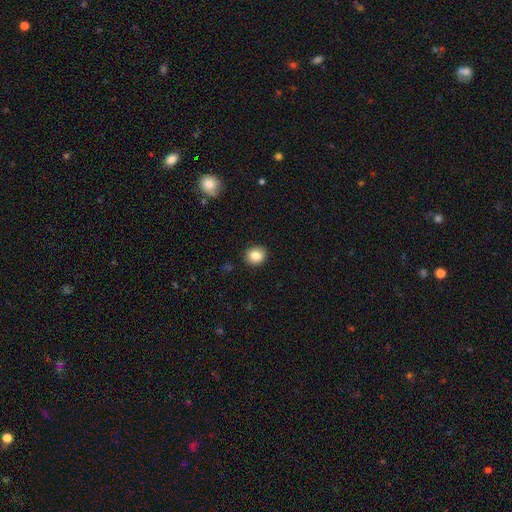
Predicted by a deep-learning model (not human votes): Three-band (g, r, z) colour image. It shows a smooth galaxy with no disk features (85%) that is round (78%). Merging: none (91%).